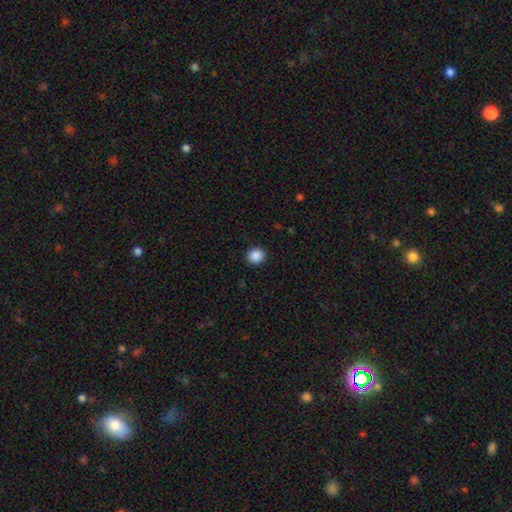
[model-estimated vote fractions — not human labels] The model was most divided on "how rounded": round: 86%, in between: 13%, cigar-shaped: 1%. More confident: merging — none (92%); smooth or featured — smooth (88%).